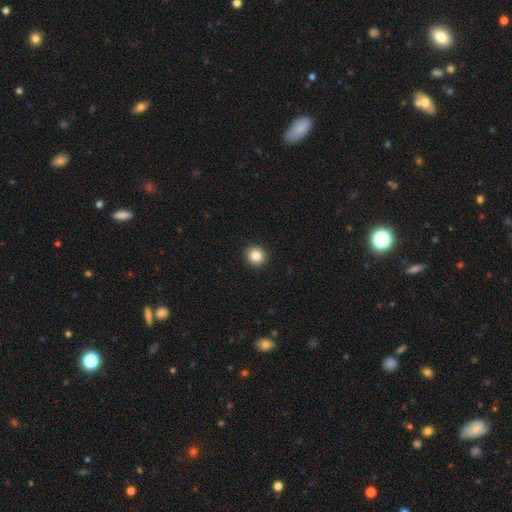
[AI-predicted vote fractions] Morphology: type=smooth (86%); roundness=round (88%); merging=none (93%).